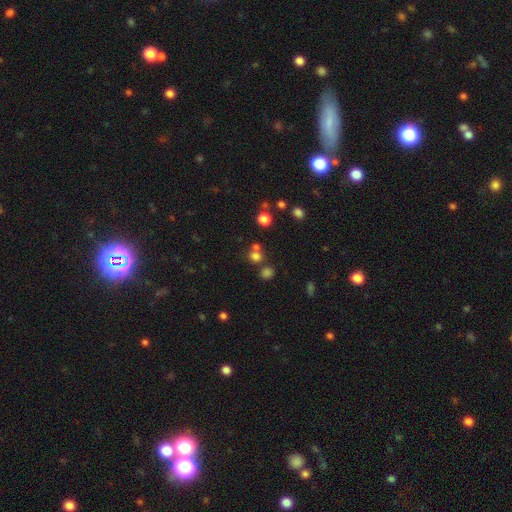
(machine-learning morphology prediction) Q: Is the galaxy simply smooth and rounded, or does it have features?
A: smooth — 70%.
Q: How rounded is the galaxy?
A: round — 85%.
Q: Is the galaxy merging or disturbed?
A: none — 64%.